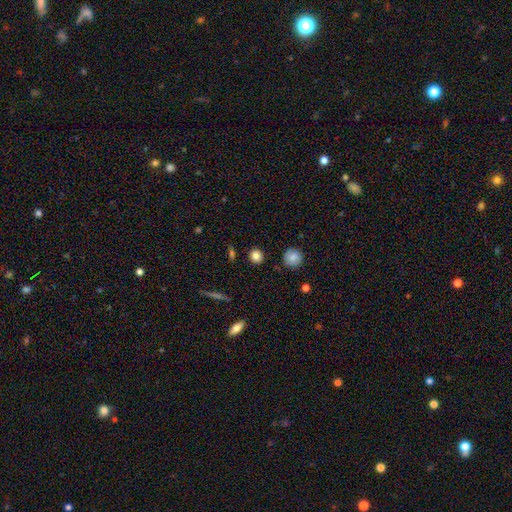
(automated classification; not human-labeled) This is clearly a smooth galaxy (82%). How rounded: clearly round (85%). Merging: clearly none (89%).